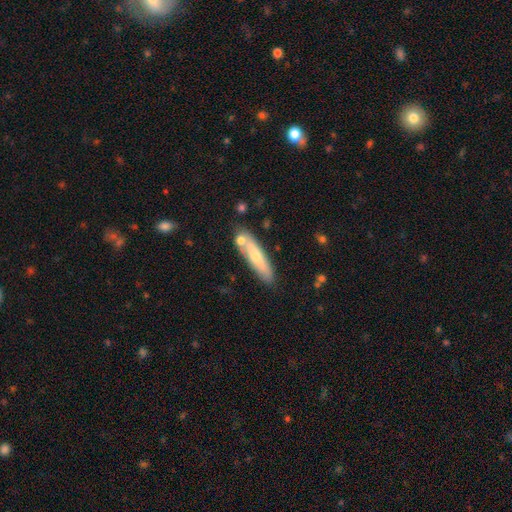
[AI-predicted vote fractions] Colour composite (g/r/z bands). It shows a smooth galaxy with no disk features (61%) that is cigar-shaped (79%). Merging: none (72%).